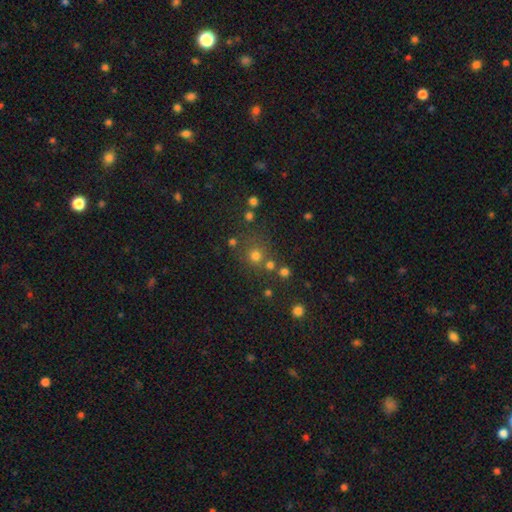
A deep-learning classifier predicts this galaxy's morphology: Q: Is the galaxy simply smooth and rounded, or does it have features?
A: smooth — 68%.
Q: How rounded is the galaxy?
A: round — 91%.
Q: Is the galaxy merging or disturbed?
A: none — 71%.